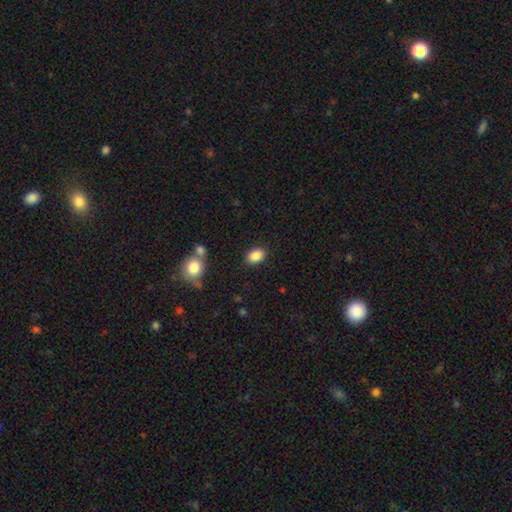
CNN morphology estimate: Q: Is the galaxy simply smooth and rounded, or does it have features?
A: smooth — 87%.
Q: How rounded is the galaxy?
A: in between — 82%.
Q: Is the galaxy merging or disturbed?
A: none — 86%.